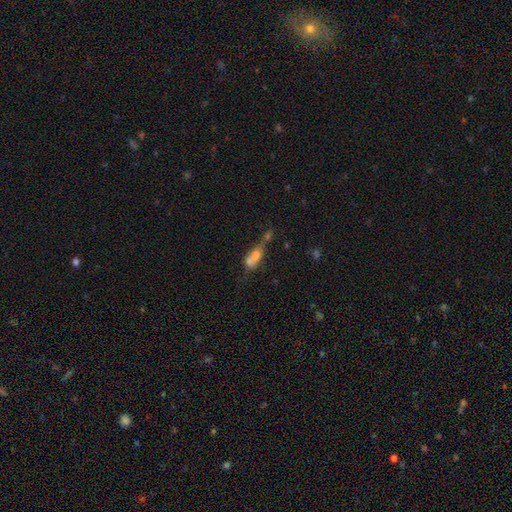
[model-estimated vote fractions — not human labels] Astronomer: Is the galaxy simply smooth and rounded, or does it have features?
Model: smooth — 60%.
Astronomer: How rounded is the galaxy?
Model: in between — 60%.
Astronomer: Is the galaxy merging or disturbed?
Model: merger — 61%.